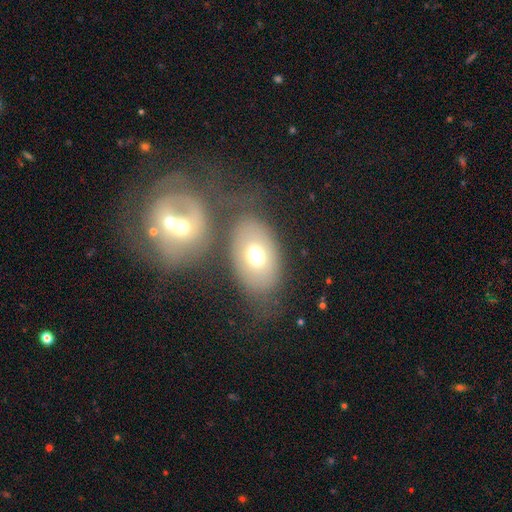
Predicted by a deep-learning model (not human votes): Smooth or featured: smooth — 66% (featured or disk — 24%)
How rounded: in between — 79% (round — 20%)
Merging: none — 54% (merger — 21%)